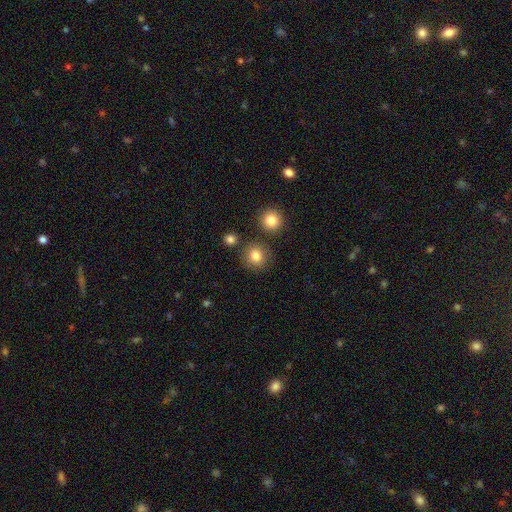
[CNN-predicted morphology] Smooth or featured? Predicted: smooth (p=0.83). How rounded? Predicted: round (p=0.88). Merging? Predicted: none (p=0.81).